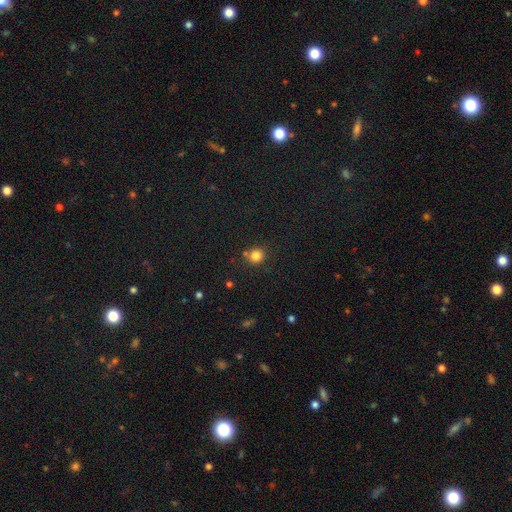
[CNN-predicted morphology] smooth 82%, star or artifact 13%, featured or disk 5%. Down the decision tree: how rounded — round (88%); merging — none (78%).